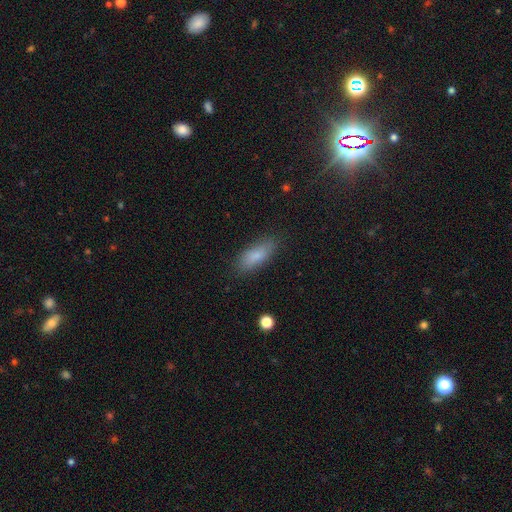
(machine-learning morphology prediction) Smooth or featured? smooth (82%)
How rounded? in between (70%)
Merging? none (81%)